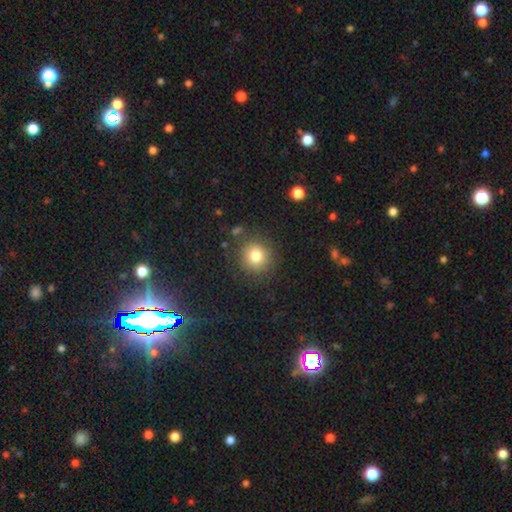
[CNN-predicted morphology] Smooth or featured: smooth — 80% (star or artifact — 12%)
How rounded: round — 90% (in between — 9%)
Merging: none — 85% (minor disturbance — 9%)